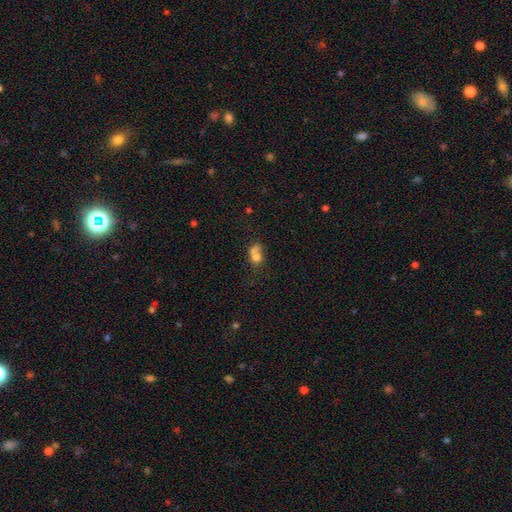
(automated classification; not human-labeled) Smooth or featured? Predicted: smooth (p=0.70). How rounded? Predicted: round (p=0.54). Merging? Predicted: merger (p=0.53).